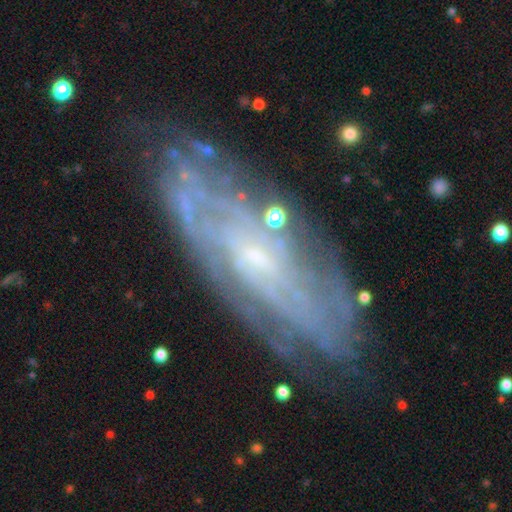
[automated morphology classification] This appears to be a featured or disk galaxy (76%) with no bar (70%), spiral arms (81%) and a small central bulge (76%). Merging: none (79%).